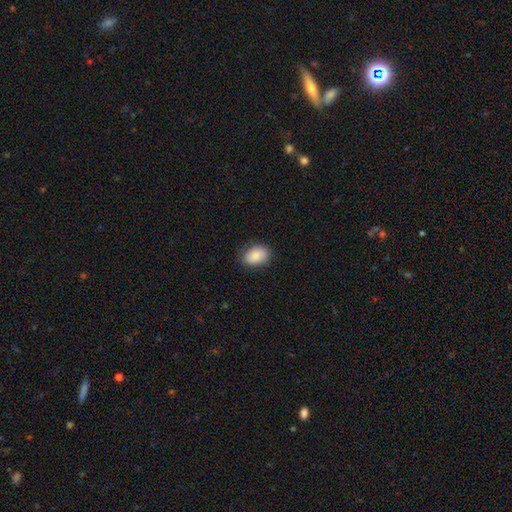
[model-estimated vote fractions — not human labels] Q: Smooth or featured?
A: smooth (85%); runner-up: featured or disk (8%)
Q: How rounded?
A: in between (82%); runner-up: round (17%)
Q: Merging?
A: none (84%); runner-up: minor disturbance (13%)